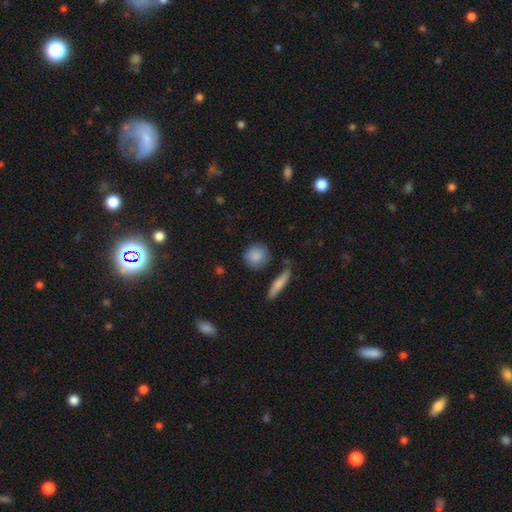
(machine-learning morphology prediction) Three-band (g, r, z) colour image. It shows a smooth galaxy with no disk features (86%) that is round (84%). Merging: none (79%).